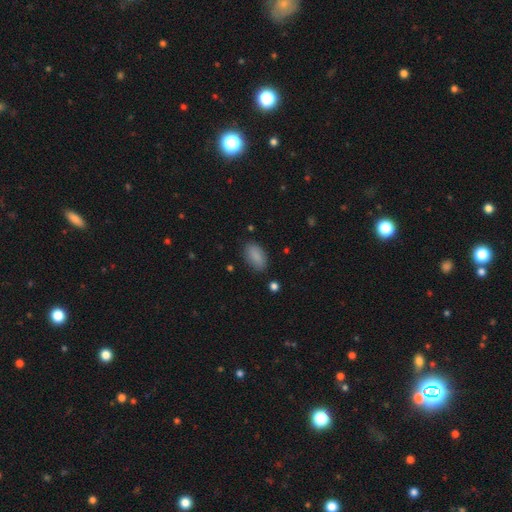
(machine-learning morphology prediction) A smooth galaxy with no disk features (88%) that is in between round and cigar-shaped (92%). Merging: none (82%).